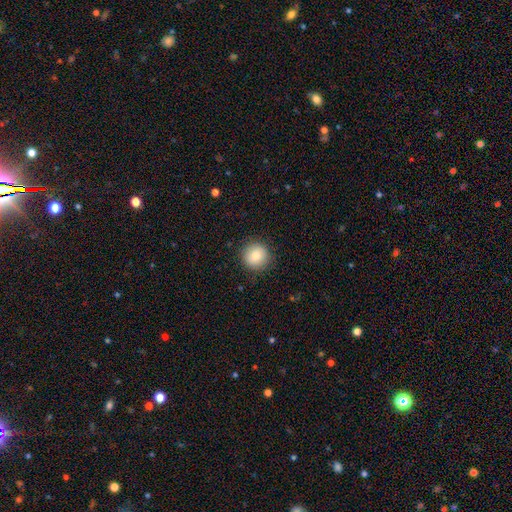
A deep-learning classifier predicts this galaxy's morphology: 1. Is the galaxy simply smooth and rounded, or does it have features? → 82% smooth, 9% star or artifact, 9% featured or disk.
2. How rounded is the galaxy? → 94% round, 5% in between, 1% cigar-shaped.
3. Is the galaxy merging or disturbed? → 90% none, 7% minor disturbance, 2% major disturbance, 1% merger.